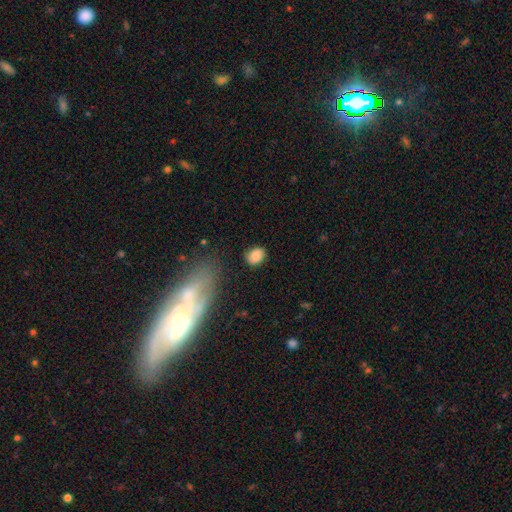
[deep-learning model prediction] Smooth or featured? Predicted: smooth (p=0.81). How rounded? Predicted: in between (p=0.53). Merging? Predicted: none (p=0.76).